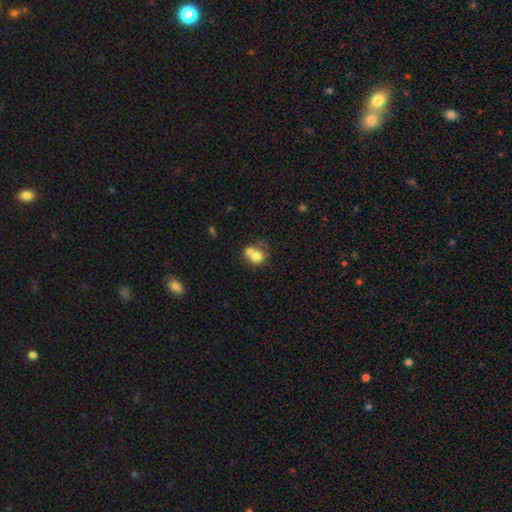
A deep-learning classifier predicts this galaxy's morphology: A smooth galaxy with no disk features (71%) that is round (65%).

Vote fractions:
- Smooth or featured? smooth: 71% / featured or disk: 19% / star or artifact: 10%
- How rounded? round: 65% / in between: 34% / cigar-shaped: 1%
- Merging? merger: 61% / none: 25% / minor disturbance: 8% / major disturbance: 6%